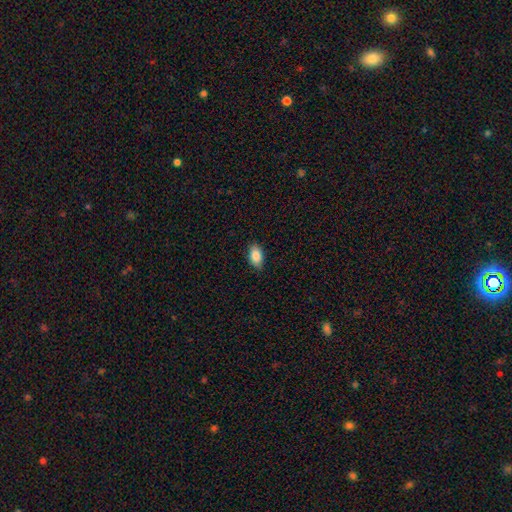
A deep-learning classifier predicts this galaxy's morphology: smooth-or-featured: smooth: 86% | star or artifact: 7% | featured or disk: 6%
  how-rounded: in between: 92% | round: 5% | cigar-shaped: 3%
  merging: none: 86% | minor disturbance: 11% | major disturbance: 2% | merger: 1%